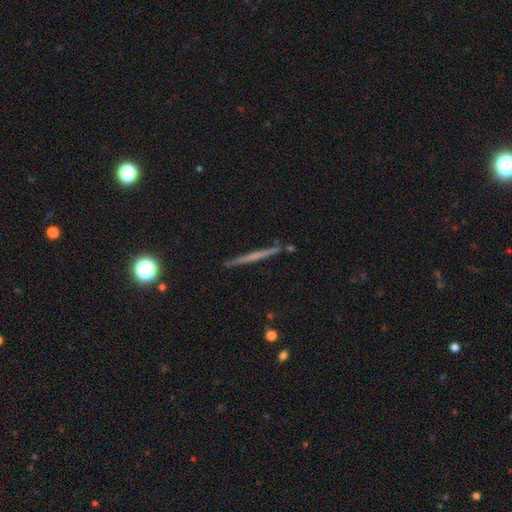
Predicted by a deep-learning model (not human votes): Smooth or featured: featured or disk — 56% (smooth — 37%)
Edge-on disk: yes — 97% (no — 3%)
Edge-on bulge: none — 85% (rounded — 10%)
Merging: none — 90% (minor disturbance — 7%)